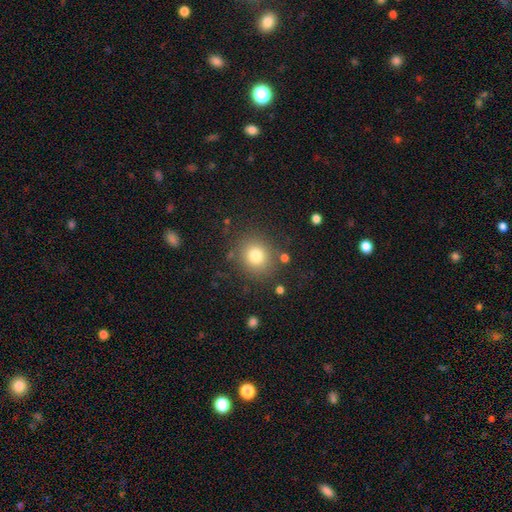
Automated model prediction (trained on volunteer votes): smooth 79%, star or artifact 13%, featured or disk 9%. Down the decision tree: how rounded — round (82%); merging — none (83%).